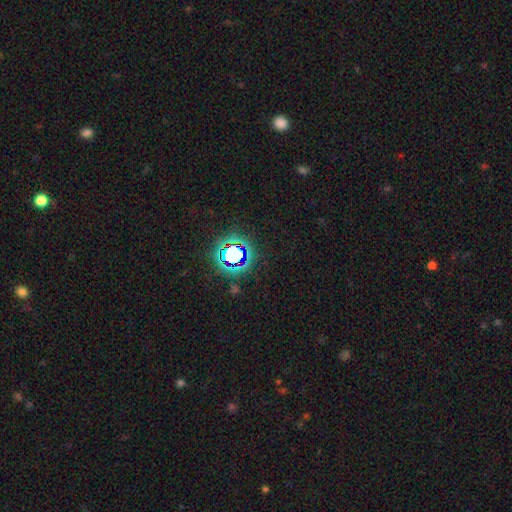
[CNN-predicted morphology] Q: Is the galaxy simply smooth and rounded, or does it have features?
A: star or artifact — 80%.